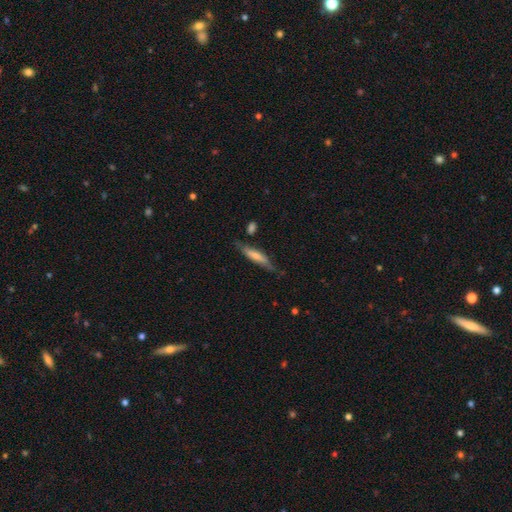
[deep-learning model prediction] Smooth or featured? Predicted: smooth (p=0.55). How rounded? Predicted: cigar-shaped (p=0.75). Merging? Predicted: none (p=0.66).